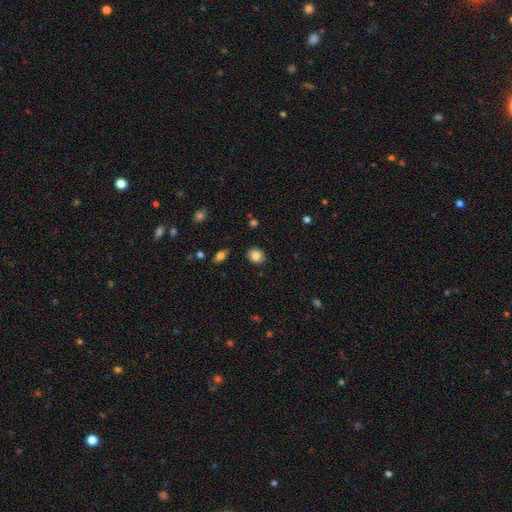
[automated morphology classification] Smooth or featured? smooth (84%)
How rounded? round (64%)
Merging? none (87%)